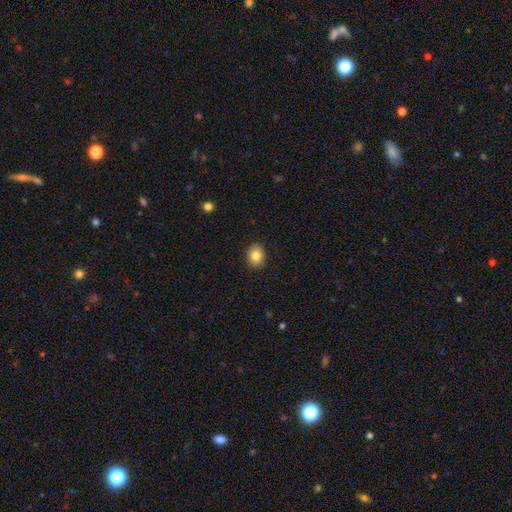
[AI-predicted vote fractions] The model was most divided on "how rounded": round: 55%, in between: 45%, cigar-shaped: 1%. More confident: merging — none (89%); smooth or featured — smooth (84%).